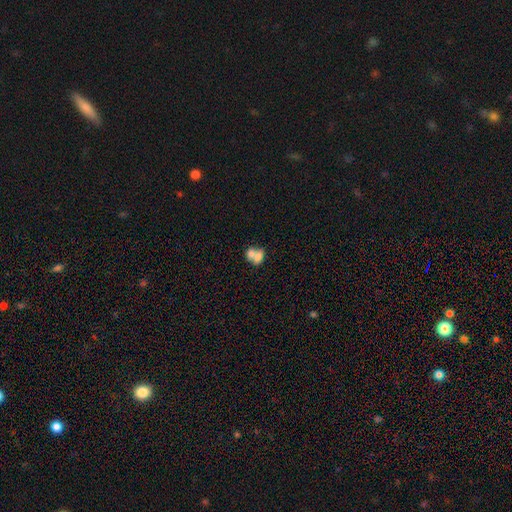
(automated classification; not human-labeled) This is likely a smooth galaxy (68%). How rounded: possibly in between (59%). Merging: likely merger (71%).